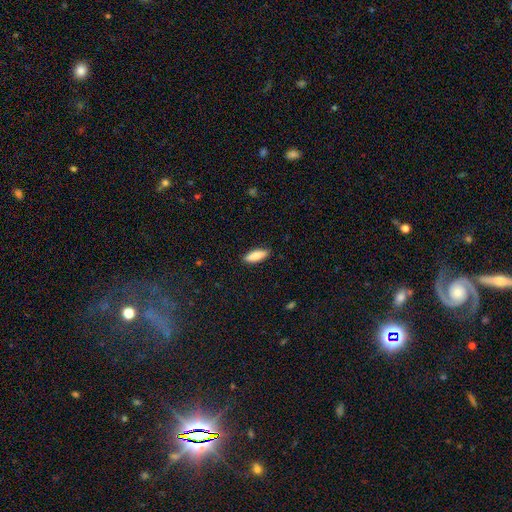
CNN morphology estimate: The model was most divided on "how rounded": in between: 65%, cigar-shaped: 33%, round: 2%. More confident: merging — none (89%); smooth or featured — smooth (87%).